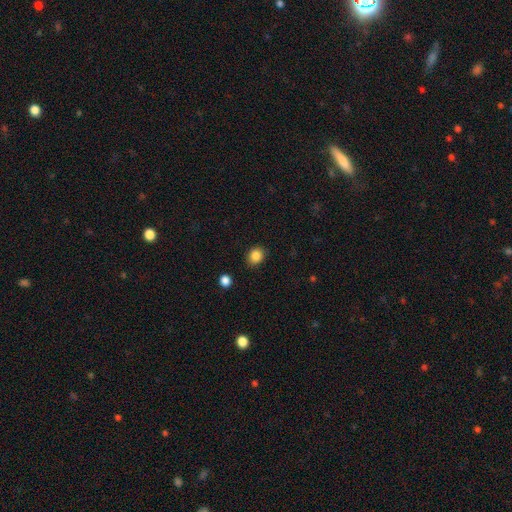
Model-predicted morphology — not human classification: A smooth galaxy with no disk features (85%) that is round (64%).

Vote fractions:
- Smooth or featured? smooth: 85% / star or artifact: 10% / featured or disk: 4%
- How rounded? round: 64% / in between: 35% / cigar-shaped: 1%
- Merging? none: 87% / minor disturbance: 9% / major disturbance: 2% / merger: 2%